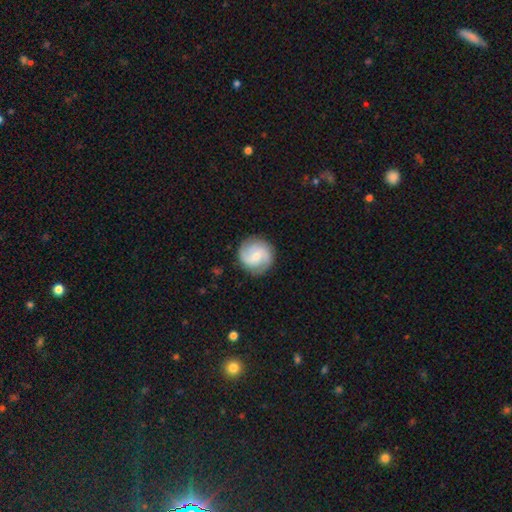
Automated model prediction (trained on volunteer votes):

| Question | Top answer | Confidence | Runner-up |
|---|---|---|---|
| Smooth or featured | featured or disk | 65% | smooth (28%) |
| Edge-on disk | no | 98% | yes (2%) |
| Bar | weak | 50% | no (41%) |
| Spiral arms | yes | 93% | no (7%) |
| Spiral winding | medium | 46% | tight (31%) |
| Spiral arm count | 2 | 67% | 3 (12%) |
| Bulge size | small | 52% | moderate (42%) |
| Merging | none | 86% | minor disturbance (10%) |